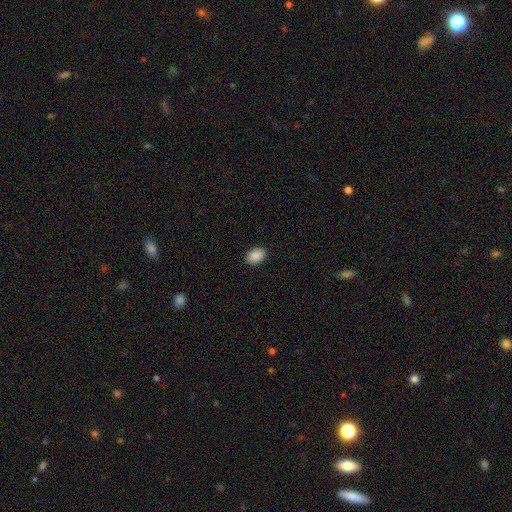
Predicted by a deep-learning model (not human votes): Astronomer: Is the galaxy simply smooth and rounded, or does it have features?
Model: smooth — 89%.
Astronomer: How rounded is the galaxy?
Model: in between — 77%.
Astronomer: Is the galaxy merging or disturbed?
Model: none — 90%.